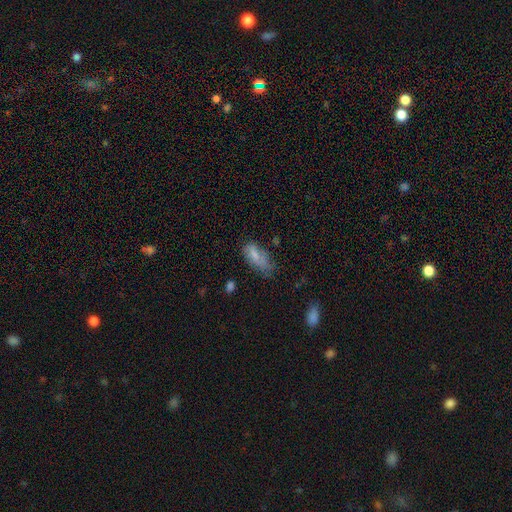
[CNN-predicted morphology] smooth-or-featured: smooth: 76% | featured or disk: 16% | star or artifact: 9%
  how-rounded: in between: 84% | cigar-shaped: 13% | round: 3%
  merging: none: 44% | minor disturbance: 35% | major disturbance: 16% | merger: 4%